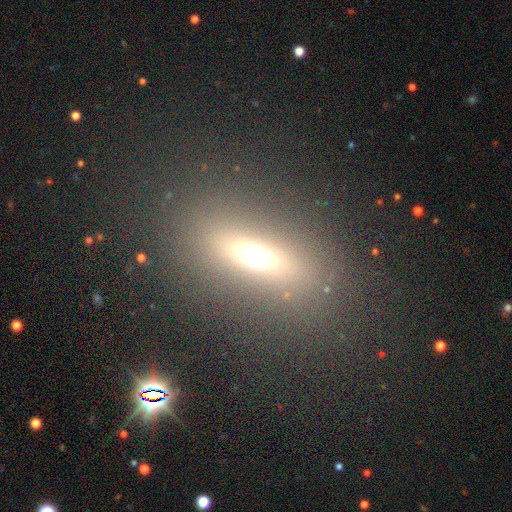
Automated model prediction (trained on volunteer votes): Q: Smooth or featured?
A: smooth (51%); runner-up: featured or disk (27%)
Q: How rounded?
A: in between (66%); runner-up: cigar-shaped (21%)
Q: Merging?
A: none (83%); runner-up: minor disturbance (8%)